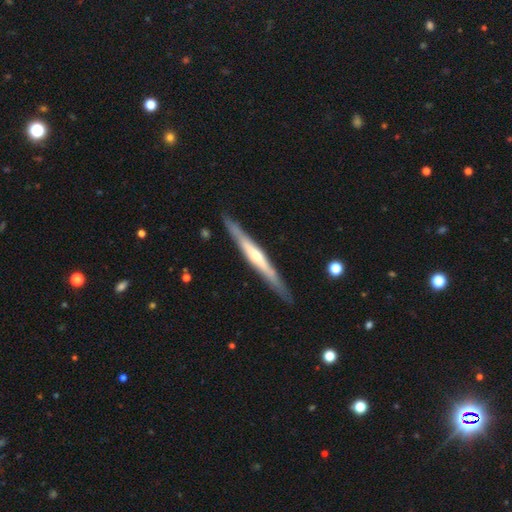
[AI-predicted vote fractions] A featured or disk galaxy (70%) viewed edge-on (97%) with a rounded central bulge (67%). Merging: none (88%).